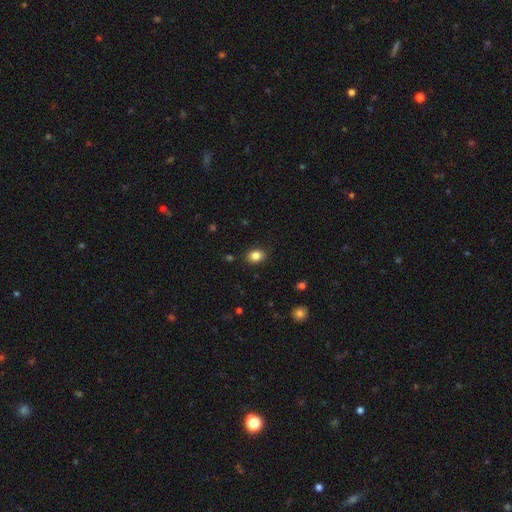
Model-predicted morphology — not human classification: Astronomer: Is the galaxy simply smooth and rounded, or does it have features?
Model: smooth — 84%.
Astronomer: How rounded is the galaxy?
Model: in between — 63%.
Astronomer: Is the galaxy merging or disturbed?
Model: none — 87%.